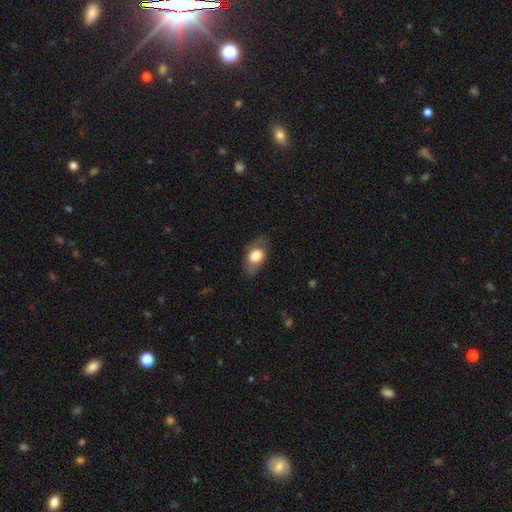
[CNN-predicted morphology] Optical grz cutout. It shows a smooth galaxy with no disk features (69%) that is in between round and cigar-shaped (85%). Merging: none (73%).